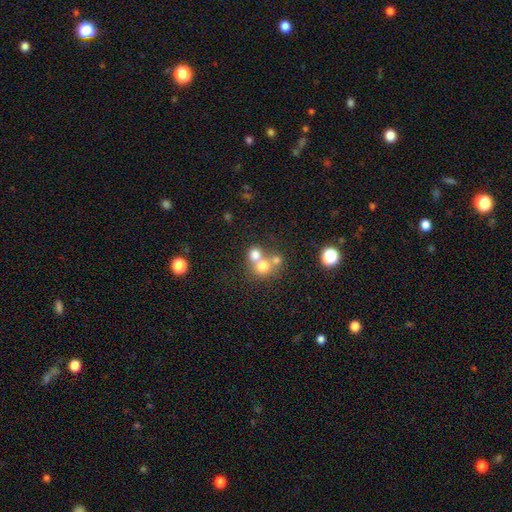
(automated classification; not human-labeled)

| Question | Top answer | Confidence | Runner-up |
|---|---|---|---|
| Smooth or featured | smooth | 69% | featured or disk (17%) |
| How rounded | round | 79% | in between (20%) |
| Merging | merger | 56% | none (35%) |